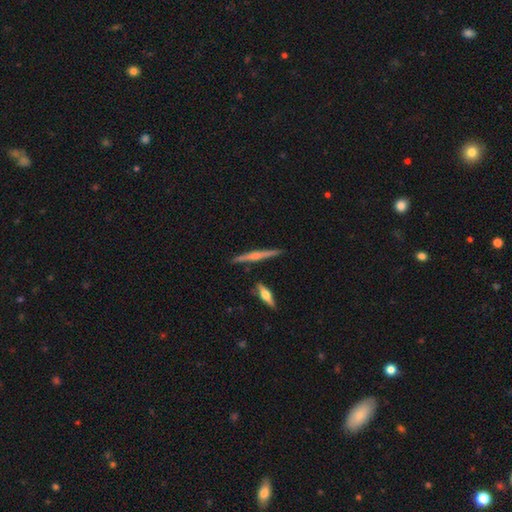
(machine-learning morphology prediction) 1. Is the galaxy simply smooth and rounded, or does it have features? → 70% featured or disk, 24% smooth, 6% star or artifact.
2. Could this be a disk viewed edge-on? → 98% yes, 2% no.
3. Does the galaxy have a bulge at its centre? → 79% rounded, 13% none, 9% boxy.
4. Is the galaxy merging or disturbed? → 86% none, 9% minor disturbance, 3% merger, 2% major disturbance.